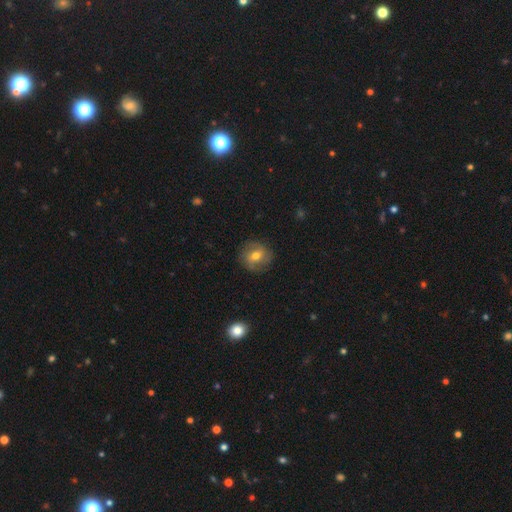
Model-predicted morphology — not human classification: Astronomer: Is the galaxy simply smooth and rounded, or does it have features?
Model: smooth — 55% (runner-up: featured or disk, 36%).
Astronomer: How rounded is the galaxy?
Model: round — 85%.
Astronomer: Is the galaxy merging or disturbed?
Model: none — 83%.